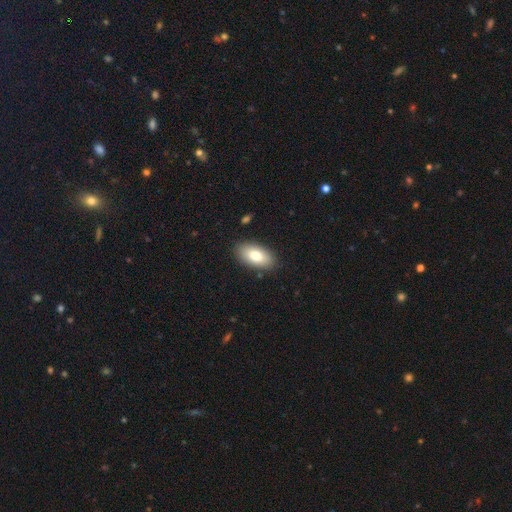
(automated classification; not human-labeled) smooth-or-featured: smooth: 80% | featured or disk: 13% | star or artifact: 7%
  how-rounded: in between: 93% | round: 4% | cigar-shaped: 3%
  merging: none: 87% | minor disturbance: 10% | major disturbance: 2% | merger: 1%